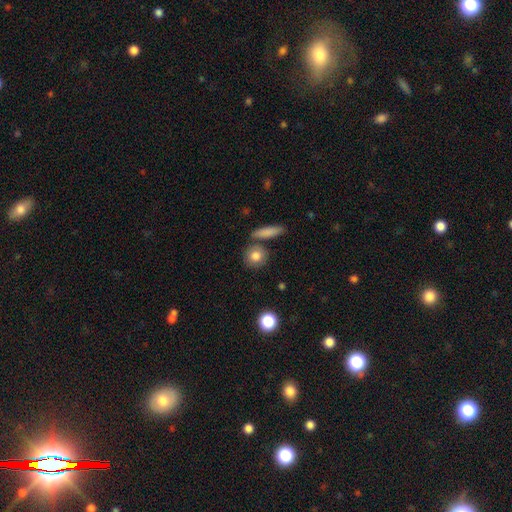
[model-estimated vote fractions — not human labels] Morphology: type=smooth (81%); roundness=round (77%); merging=none (75%).